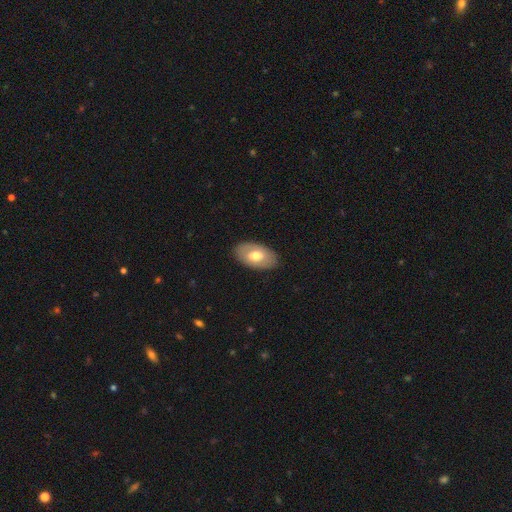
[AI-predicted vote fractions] This is likely a smooth galaxy (61%). How rounded: clearly in between (93%). Merging: clearly none (86%).